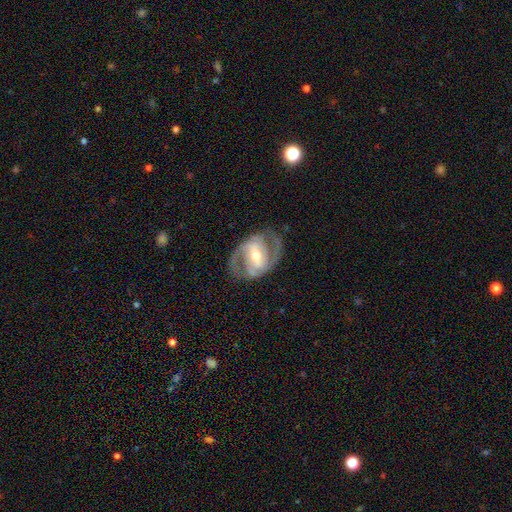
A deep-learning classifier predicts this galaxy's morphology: type=featured or disk (89%); edge-on=no (97%); bar=strong (49%); spiral arms=yes (96%); winding=medium (54%); arm count=2 (85%); bulge=moderate (63%); merging=none (76%).